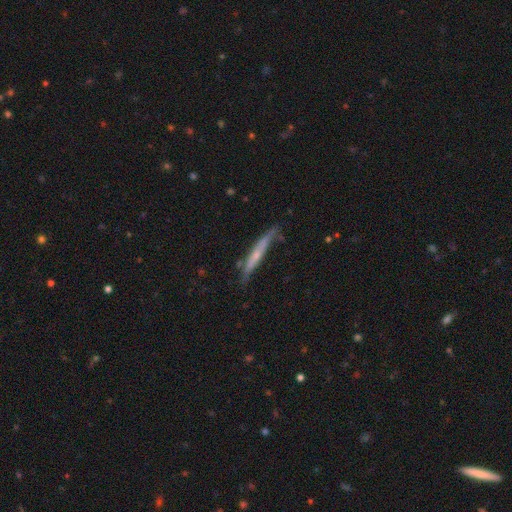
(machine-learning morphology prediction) This appears to be a featured or disk galaxy (54%) viewed edge-on (90%). Merging: none (65%).